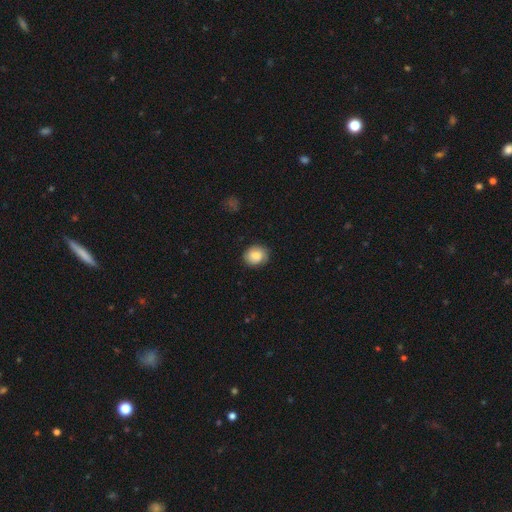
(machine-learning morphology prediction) Smooth or featured?
  - smooth: 77% *
  - featured or disk: 15%
  - star or artifact: 8%
How rounded?
  - round: 69% *
  - in between: 30%
  - cigar-shaped: 1%
Merging?
  - none: 81% *
  - minor disturbance: 15%
  - major disturbance: 3%
  - merger: 1%